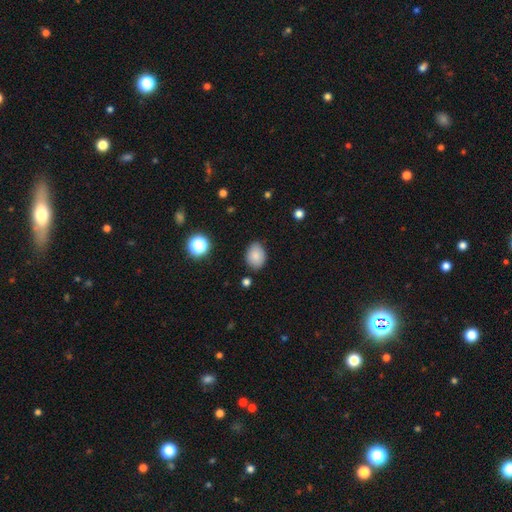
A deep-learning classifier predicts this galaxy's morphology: Smooth or featured? smooth (85%)
How rounded? in between (73%)
Merging? none (82%)